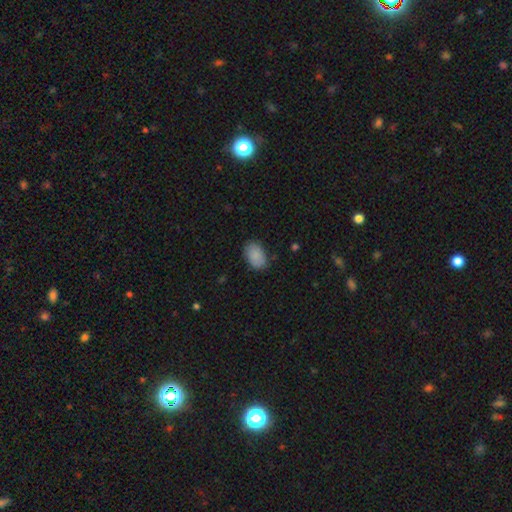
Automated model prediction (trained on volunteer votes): smooth 88%, star or artifact 7%, featured or disk 5%. Down the decision tree: how rounded — in between (90%); merging — none (82%).